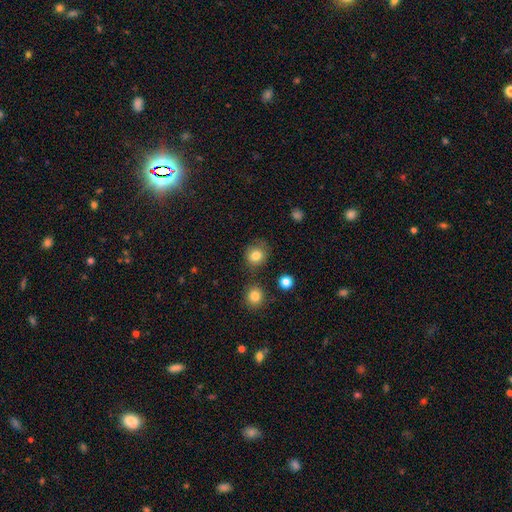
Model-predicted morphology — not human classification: This appears to be a smooth galaxy with no disk features (82%) that is round (82%). Merging: none (77%).